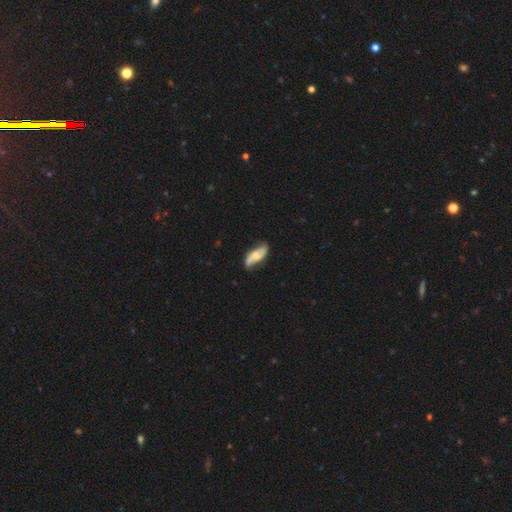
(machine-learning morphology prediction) smooth-or-featured: featured or disk: 60% | smooth: 33% | star or artifact: 7%
  disk-edge-on: no: 91% | yes: 9%
    bar: no: 54% | weak: 33% | strong: 13%
    has-spiral-arms: yes: 92% | no: 8%
      spiral-winding: loose: 54% | medium: 31% | tight: 15%
      spiral-arm-count: 2: 88% | can't tell: 6% | 1: 3% | 3: 1% | 4: 1% | more than 4: 1%
    bulge-size: small: 41% | moderate: 36% | none: 15% | large: 7% | dominant: 2%
  merging: none: 70% | minor disturbance: 22% | major disturbance: 6% | merger: 2%